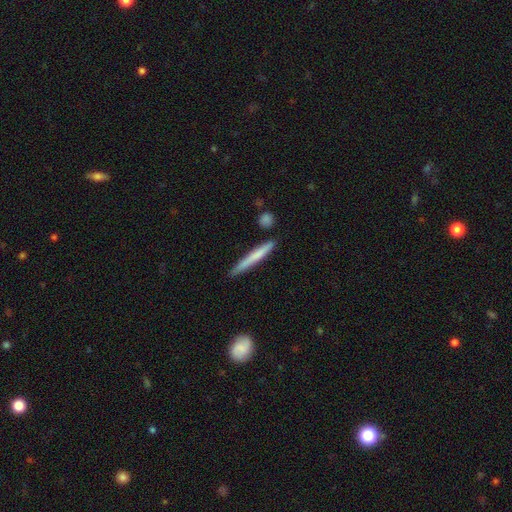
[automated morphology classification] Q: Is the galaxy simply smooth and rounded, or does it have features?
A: smooth — 63%.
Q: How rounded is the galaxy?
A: cigar-shaped — 96%.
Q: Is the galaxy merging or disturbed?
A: none — 82%.